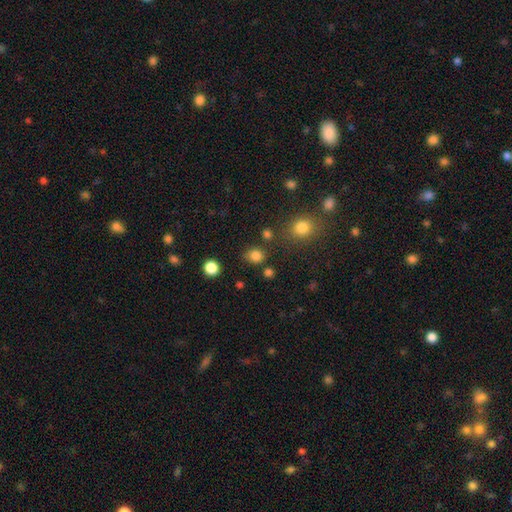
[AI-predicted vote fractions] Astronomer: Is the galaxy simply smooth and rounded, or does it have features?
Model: smooth — 81%.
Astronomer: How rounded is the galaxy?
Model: round — 75%.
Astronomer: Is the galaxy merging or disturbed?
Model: none — 79%.